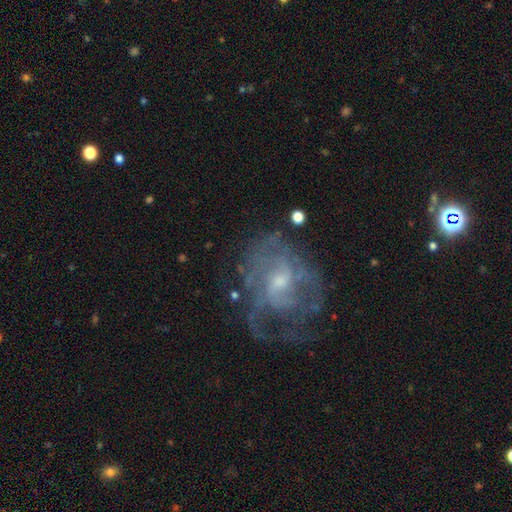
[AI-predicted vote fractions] Q: Smooth or featured?
A: featured or disk (66%); runner-up: star or artifact (19%)
Q: Edge-on disk?
A: no (96%); runner-up: yes (4%)
Q: Bar?
A: no (52%); runner-up: weak (38%)
Q: Spiral arms?
A: yes (72%); runner-up: no (28%)
Q: Bulge size?
A: small (54%); runner-up: moderate (37%)
Q: Merging?
A: none (59%); runner-up: minor disturbance (19%)